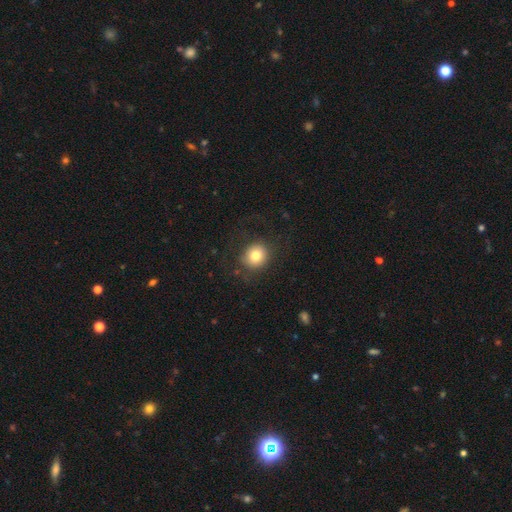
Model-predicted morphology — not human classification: Smooth or featured: smooth — 79% (star or artifact — 11%)
How rounded: round — 87% (in between — 12%)
Merging: none — 81% (minor disturbance — 11%)